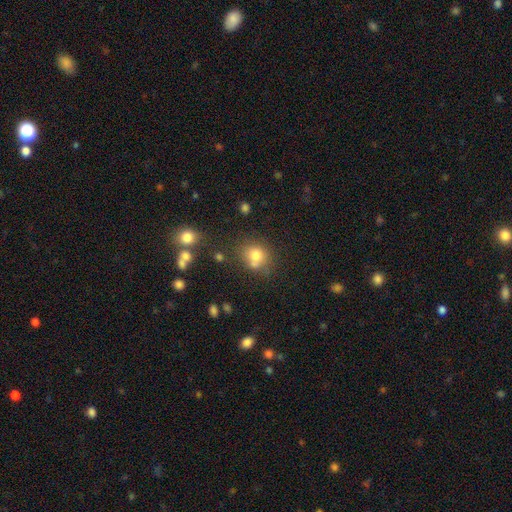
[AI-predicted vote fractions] Smooth or featured? Predicted: smooth (p=0.76). How rounded? Predicted: round (p=0.75). Merging? Predicted: none (p=0.59).